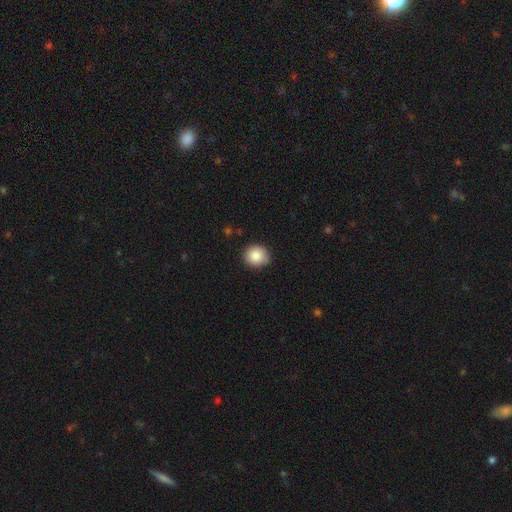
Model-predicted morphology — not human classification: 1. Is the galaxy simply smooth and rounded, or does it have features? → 86% smooth, 9% star or artifact, 5% featured or disk.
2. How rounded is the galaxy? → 87% round, 12% in between, 1% cigar-shaped.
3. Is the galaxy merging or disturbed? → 87% none, 10% minor disturbance, 2% major disturbance, 1% merger.